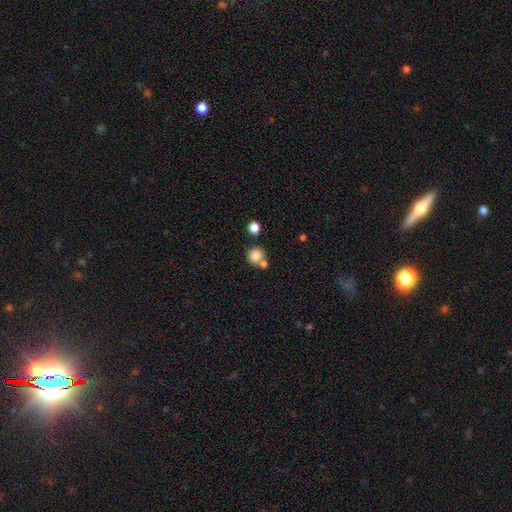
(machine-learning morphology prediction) A smooth galaxy with no disk features (81%) that is round (89%). Merging: none (62%).